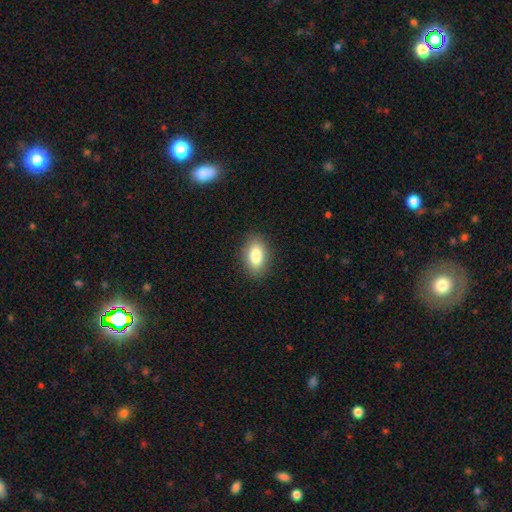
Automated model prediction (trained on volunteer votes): Smooth or featured: smooth — 83% (featured or disk — 9%)
How rounded: in between — 89% (round — 9%)
Merging: none — 88% (minor disturbance — 9%)